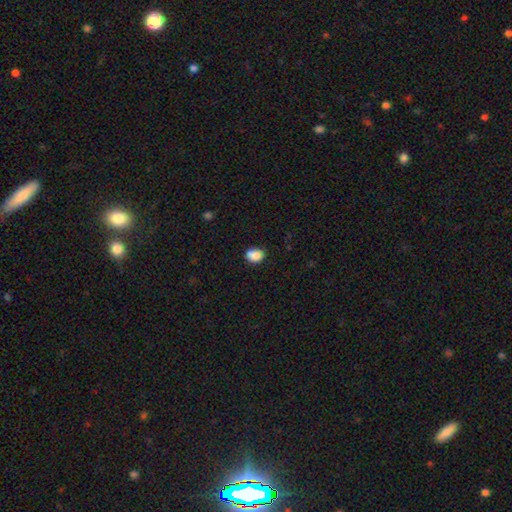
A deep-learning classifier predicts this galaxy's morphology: This appears to be a smooth galaxy with no disk features (85%) that is in between round and cigar-shaped (62%). Merging: none (62%).